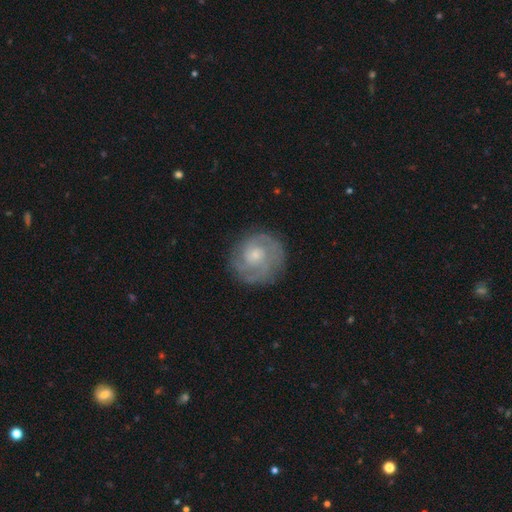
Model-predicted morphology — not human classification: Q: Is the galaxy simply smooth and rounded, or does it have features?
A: featured or disk — 75%.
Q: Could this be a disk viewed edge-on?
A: no — 98%.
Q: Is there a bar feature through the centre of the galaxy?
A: no — 72%.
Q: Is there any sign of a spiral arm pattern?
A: yes — 91%.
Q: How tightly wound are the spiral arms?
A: tight — 60%.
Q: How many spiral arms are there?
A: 2 — 33%.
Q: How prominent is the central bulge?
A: small — 51%.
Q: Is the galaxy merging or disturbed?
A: none — 79%.